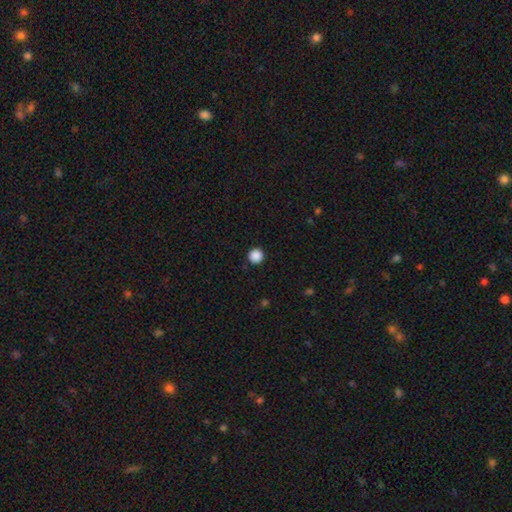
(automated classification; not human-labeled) A smooth galaxy with no disk features (88%) that is round (96%).

Vote fractions:
- Smooth or featured? smooth: 88% / star or artifact: 10% / featured or disk: 2%
- How rounded? round: 96% / in between: 3% / cigar-shaped: 1%
- Merging? none: 93% / minor disturbance: 4% / major disturbance: 2% / merger: 1%